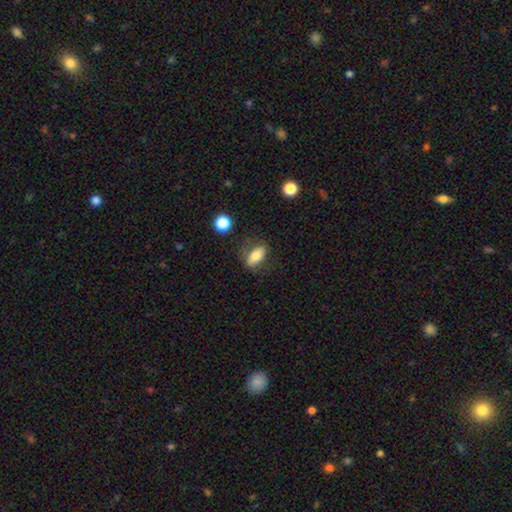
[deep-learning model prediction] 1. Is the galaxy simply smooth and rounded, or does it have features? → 73% smooth, 19% featured or disk, 8% star or artifact.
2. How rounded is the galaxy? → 82% in between, 11% cigar-shaped, 7% round.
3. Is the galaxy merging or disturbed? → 69% none, 20% minor disturbance, 8% major disturbance, 3% merger.